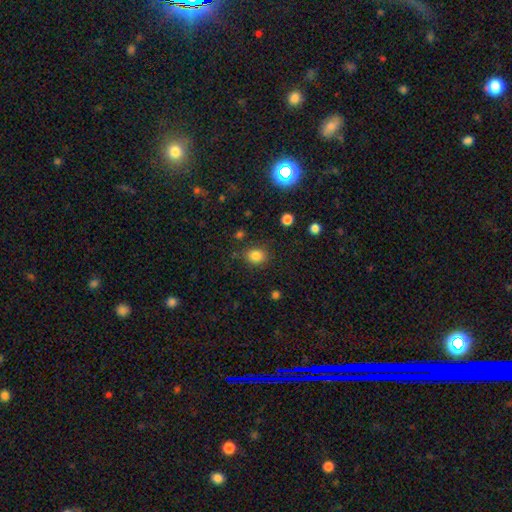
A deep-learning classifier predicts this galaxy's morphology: A smooth galaxy with no disk features (82%) that is round (56%). Merging: none (81%).